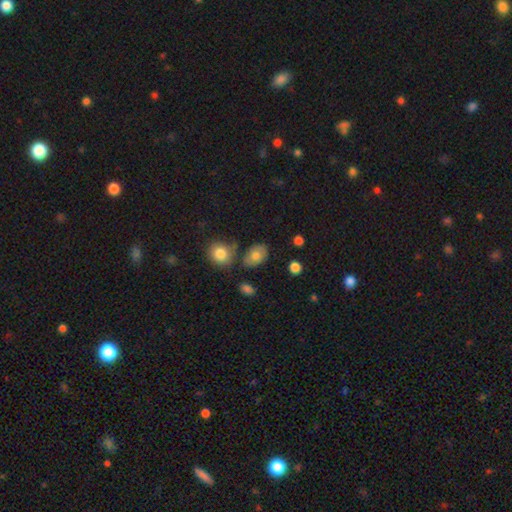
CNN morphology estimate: The model was most divided on "merging": none: 63%, minor disturbance: 20%, merger: 10%, major disturbance: 6%. More confident: how rounded — in between (80%); smooth or featured — smooth (74%).